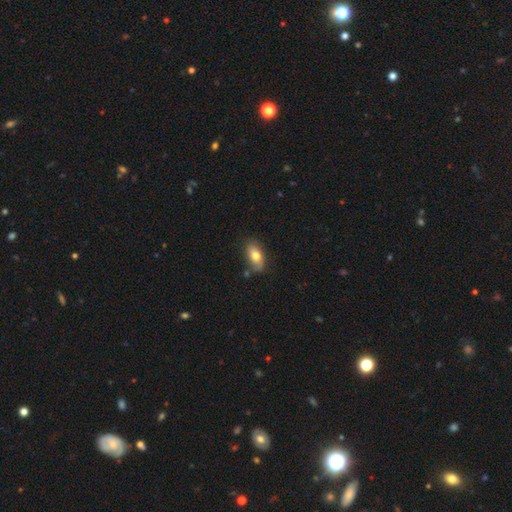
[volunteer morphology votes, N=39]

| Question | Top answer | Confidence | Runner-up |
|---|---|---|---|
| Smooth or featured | smooth | 51% | featured or disk (38%) |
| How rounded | in between | 95% | round (5%) |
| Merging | none | 63% | minor disturbance (23%) |